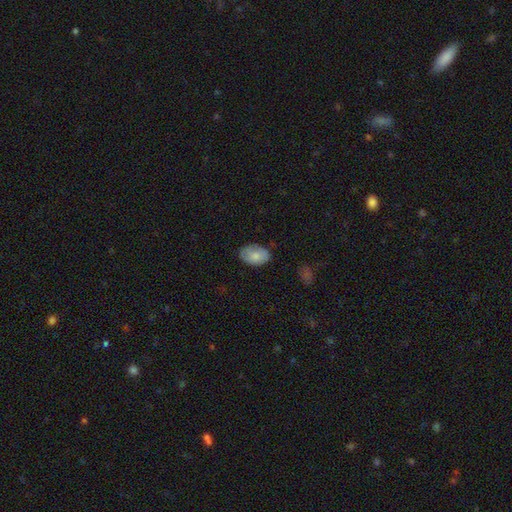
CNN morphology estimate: Smooth or featured? Predicted: smooth (p=0.78). How rounded? Predicted: in between (p=0.88). Merging? Predicted: none (p=0.75).